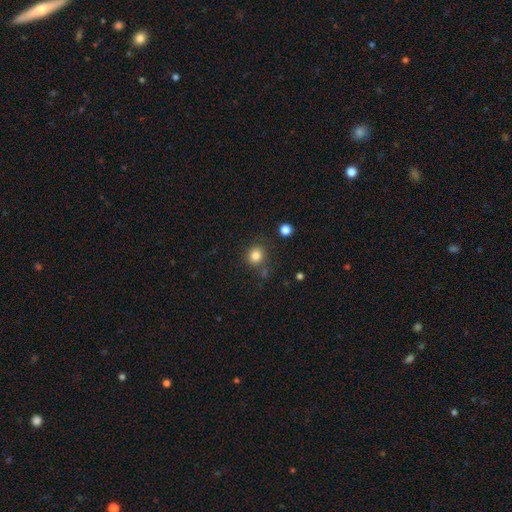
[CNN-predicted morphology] smooth_or_featured: smooth (p=0.83) [alt: star or artifact p=0.12]
how_rounded: round (p=0.84) [alt: in between p=0.15]
merging: none (p=0.79) [alt: minor disturbance p=0.12]